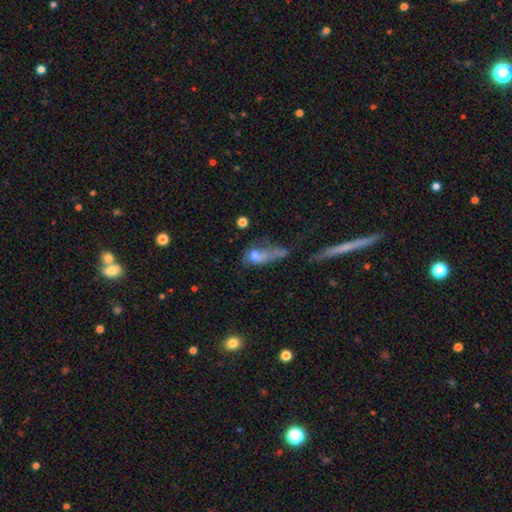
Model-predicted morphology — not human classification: The model was most divided on "merging": major disturbance: 41%, merger: 28%, none: 17%, minor disturbance: 14%. More confident: how rounded — in between (68%); smooth or featured — smooth (52%).